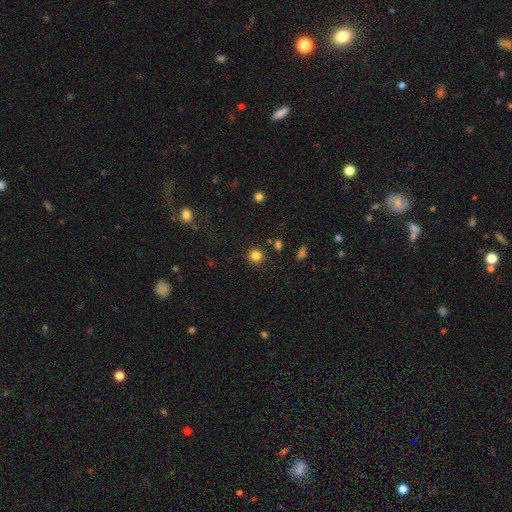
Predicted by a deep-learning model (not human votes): Q: Smooth or featured?
A: smooth (83%); runner-up: star or artifact (12%)
Q: How rounded?
A: round (92%); runner-up: in between (7%)
Q: Merging?
A: none (89%); runner-up: minor disturbance (6%)